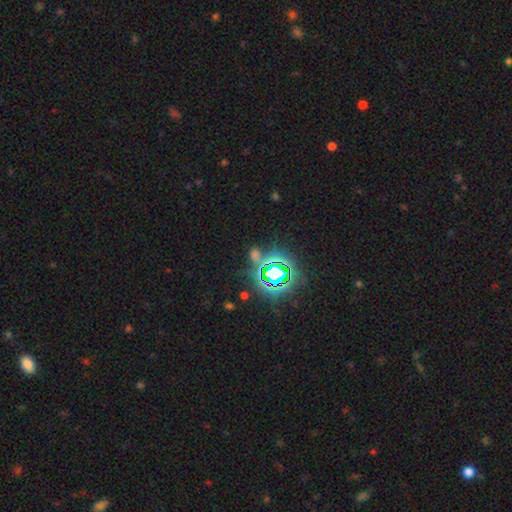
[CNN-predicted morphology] The model was most divided on "smooth or featured": star or artifact: 68%, smooth: 23%, featured or disk: 9%.